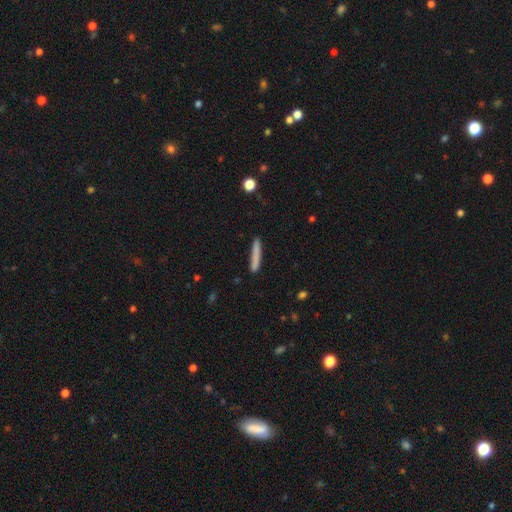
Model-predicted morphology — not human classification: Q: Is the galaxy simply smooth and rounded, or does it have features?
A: smooth — 78%.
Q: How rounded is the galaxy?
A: cigar-shaped — 95%.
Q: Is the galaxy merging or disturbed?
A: none — 86%.